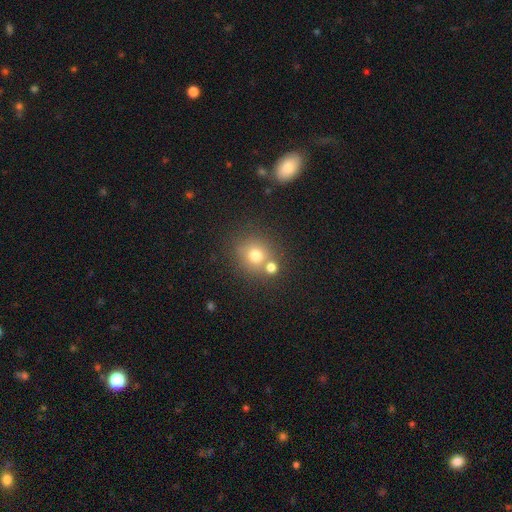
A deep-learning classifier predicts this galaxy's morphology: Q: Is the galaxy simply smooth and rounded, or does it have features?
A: smooth — 73%.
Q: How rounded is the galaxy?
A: round — 86%.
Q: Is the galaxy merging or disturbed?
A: none — 64%.